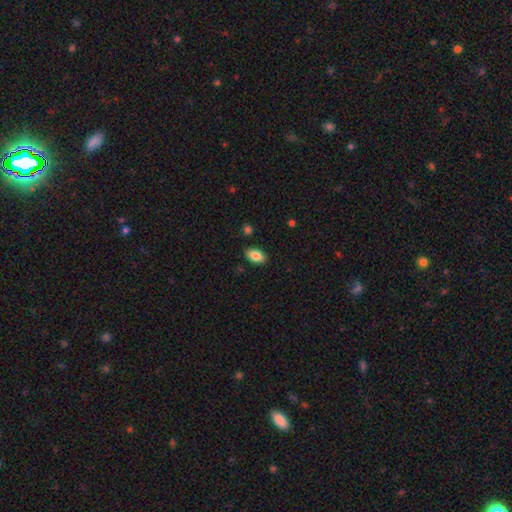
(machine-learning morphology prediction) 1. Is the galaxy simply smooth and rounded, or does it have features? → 86% smooth, 7% star or artifact, 7% featured or disk.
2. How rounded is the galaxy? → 92% in between, 6% round, 2% cigar-shaped.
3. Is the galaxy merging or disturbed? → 87% none, 9% minor disturbance, 2% major disturbance, 2% merger.